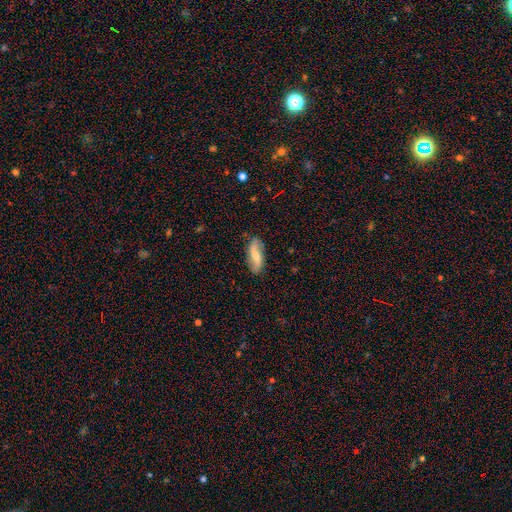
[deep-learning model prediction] Q: Smooth or featured?
A: featured or disk (55%); runner-up: smooth (38%)
Q: Edge-on disk?
A: no (90%); runner-up: yes (10%)
Q: Merging?
A: none (81%); runner-up: minor disturbance (14%)